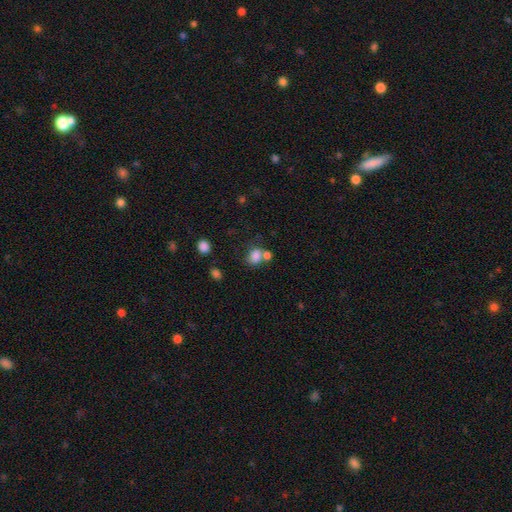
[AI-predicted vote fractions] A smooth galaxy with no disk features (81%) that is in between round and cigar-shaped (57%).

Vote fractions:
- Smooth or featured? smooth: 81% / star or artifact: 11% / featured or disk: 8%
- How rounded? in between: 57% / round: 42% / cigar-shaped: 1%
- Merging? none: 43% / merger: 38% / minor disturbance: 13% / major disturbance: 7%